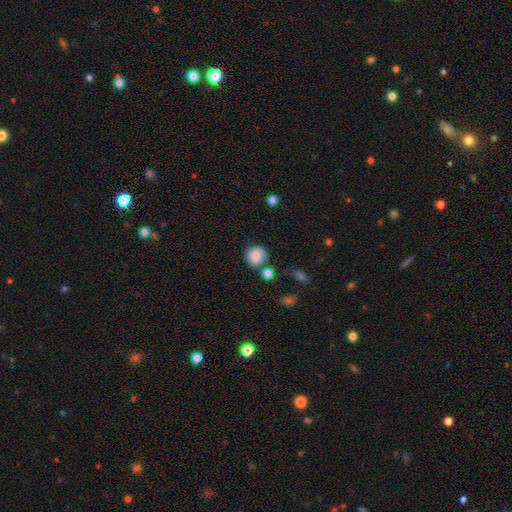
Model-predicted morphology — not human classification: Smooth or featured?
  - smooth: 64% *
  - featured or disk: 26%
  - star or artifact: 10%
How rounded?
  - round: 75% *
  - in between: 24%
  - cigar-shaped: 1%
Merging?
  - none: 49% *
  - minor disturbance: 24%
  - major disturbance: 15%
  - merger: 12%